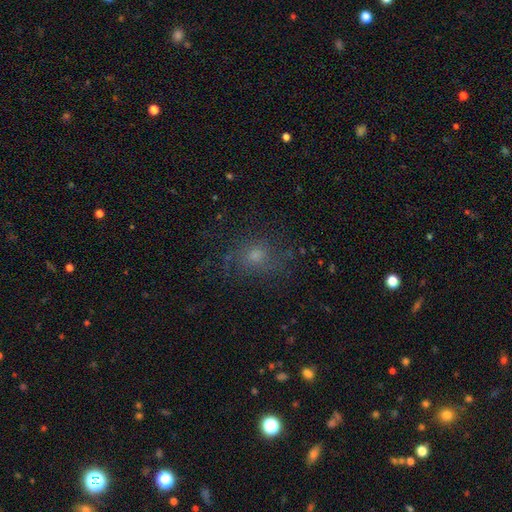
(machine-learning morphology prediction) smooth_or_featured: smooth (p=0.42) [alt: featured or disk p=0.36]
merging: none (p=0.67) [alt: minor disturbance p=0.18]